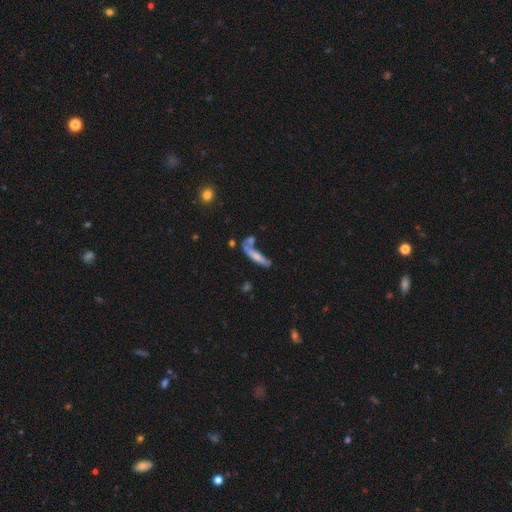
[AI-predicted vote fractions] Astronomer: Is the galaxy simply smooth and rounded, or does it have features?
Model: smooth — 60%.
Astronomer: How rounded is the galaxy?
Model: cigar-shaped — 80%.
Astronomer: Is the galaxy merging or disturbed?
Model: none — 38% (runner-up: merger, 34%).